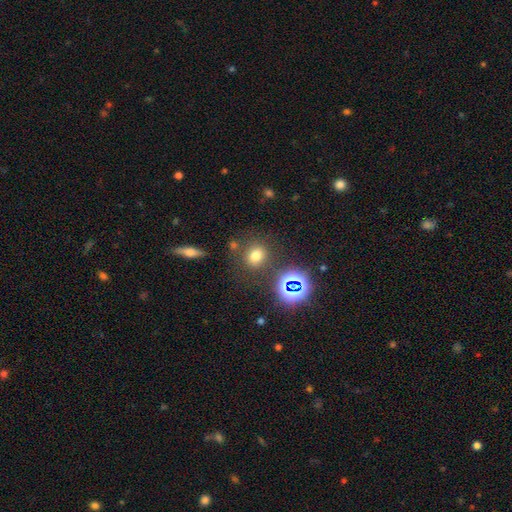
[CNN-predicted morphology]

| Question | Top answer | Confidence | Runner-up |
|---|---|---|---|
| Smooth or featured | smooth | 69% | star or artifact (22%) |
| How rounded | round | 78% | in between (21%) |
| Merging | none | 80% | minor disturbance (10%) |